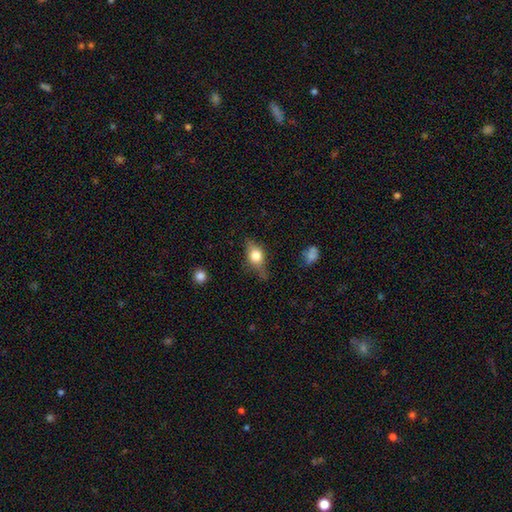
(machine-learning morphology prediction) Overall: smooth (66%; featured or disk 26%). How rounded: in between (69%). Merging: none (61%; minor disturbance 28%).